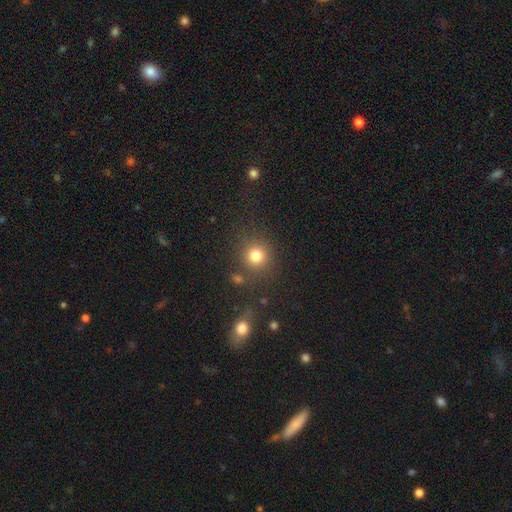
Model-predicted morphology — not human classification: smooth 80%, star or artifact 14%, featured or disk 6%. Down the decision tree: how rounded — round (91%); merging — none (80%).